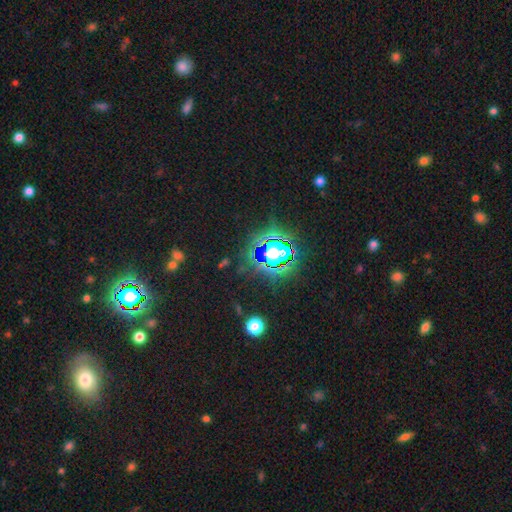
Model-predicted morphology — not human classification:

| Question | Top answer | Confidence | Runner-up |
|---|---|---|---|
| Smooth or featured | star or artifact | 80% | smooth (13%) |